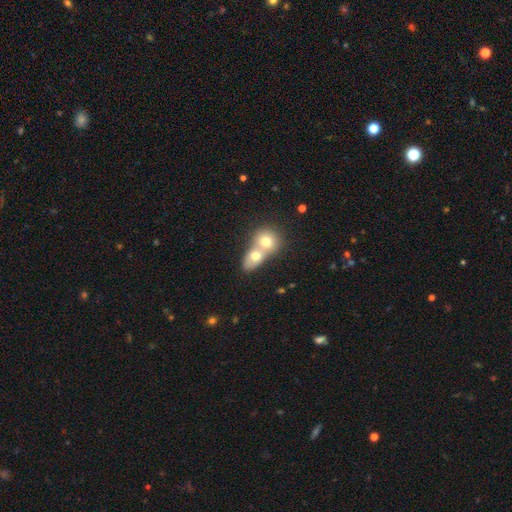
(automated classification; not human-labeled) smooth_or_featured: smooth (p=0.68) [alt: featured or disk p=0.23]
how_rounded: in between (p=0.50) [alt: round p=0.48]
merging: merger (p=0.74) [alt: none p=0.19]